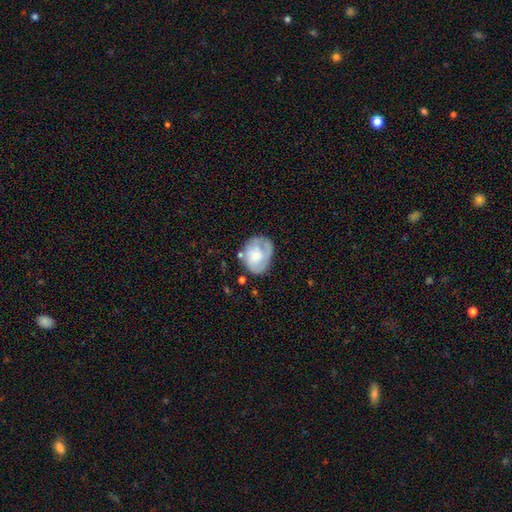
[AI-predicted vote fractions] This is possibly a featured or disk galaxy (50%). It is clearly not viewed edge-on (97%). Merging: possibly none (53%).